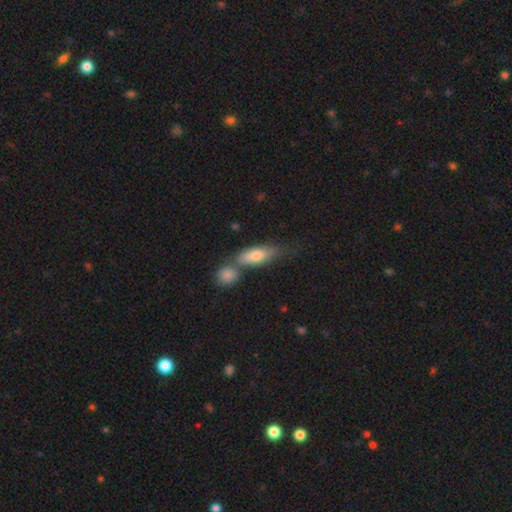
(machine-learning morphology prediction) The model was most divided on "merging" (2-way tie): merger: 40%, none: 40%, minor disturbance: 14%, major disturbance: 6%. More confident: smooth or featured — smooth (71%); how rounded — in between (62%).